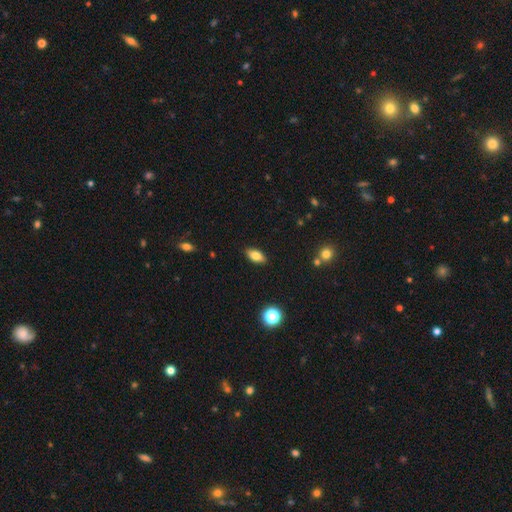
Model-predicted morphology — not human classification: This appears to be a smooth galaxy with no disk features (79%) that is in between round and cigar-shaped (88%). Merging: none (89%).